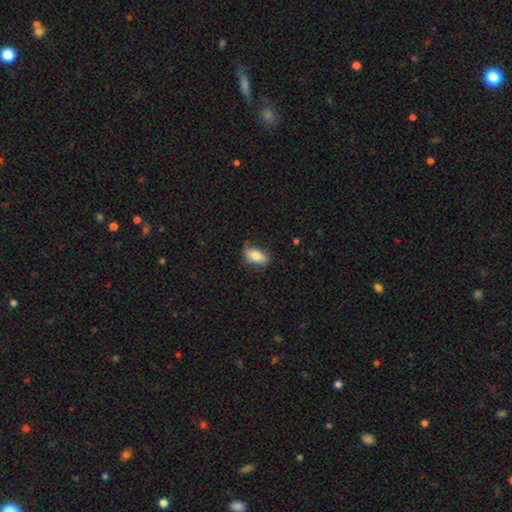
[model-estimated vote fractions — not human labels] Smooth or featured: smooth — 74% (featured or disk — 18%)
How rounded: in between — 89% (round — 6%)
Merging: none — 67% (minor disturbance — 25%)